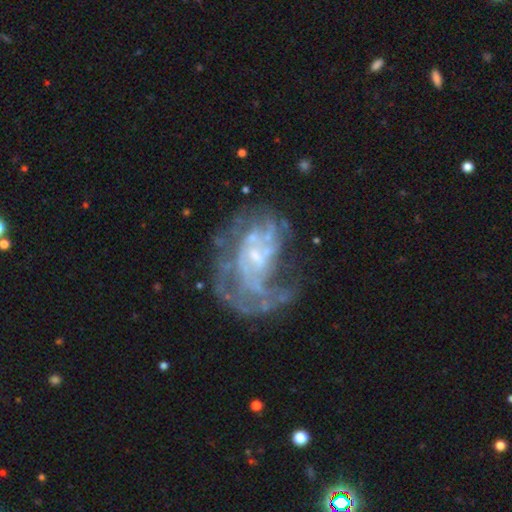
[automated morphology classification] Smooth or featured?
  - featured or disk: 79% *
  - smooth: 11%
  - star or artifact: 10%
Edge-on disk?
  - no: 98% *
  - yes: 2%
Bar?
  - no: 61% *
  - weak: 33%
  - strong: 6%
Spiral arms?
  - yes: 69% *
  - no: 31%
Spiral winding?
  - medium: 36% *
  - loose: 32%
  - tight: 32%
Spiral arm count?
  - can't tell: 45% *
  - 2: 20%
  - 1: 14%
  - 3: 10%
  - 4: 5%
  - more than 4: 4%
Bulge size?
  - small: 57% *
  - moderate: 20%
  - none: 20%
  - large: 2%
  - dominant: 1%
Merging?
  - none: 38% *
  - major disturbance: 37%
  - minor disturbance: 19%
  - merger: 7%